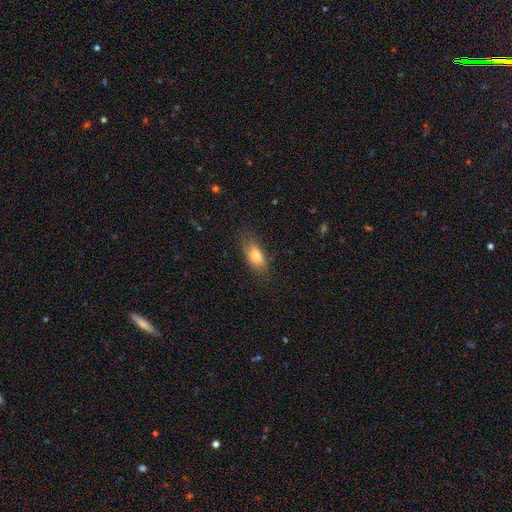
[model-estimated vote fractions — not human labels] Smooth or featured? smooth (76%)
How rounded? in between (79%)
Merging? none (76%)